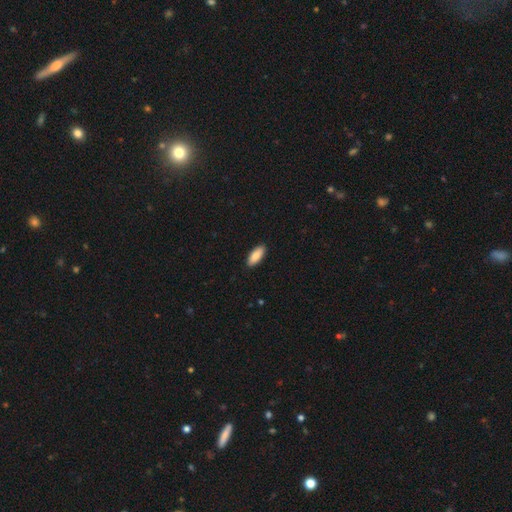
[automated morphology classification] smooth-or-featured: smooth: 87% | featured or disk: 8% | star or artifact: 6%
  how-rounded: in between: 80% | cigar-shaped: 18% | round: 2%
  merging: none: 90% | minor disturbance: 7% | major disturbance: 1% | merger: 1%